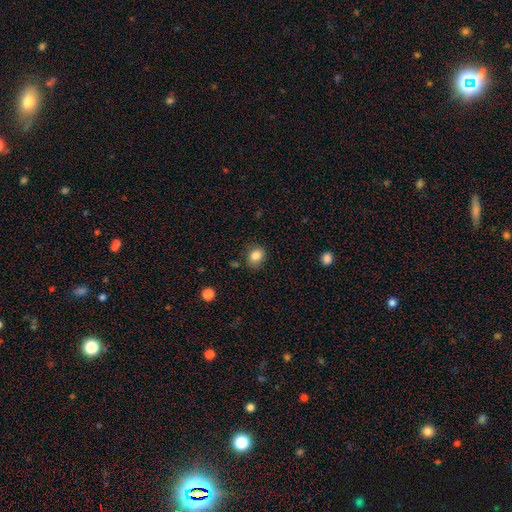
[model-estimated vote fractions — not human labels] The model was most divided on "how rounded": round: 58%, in between: 41%, cigar-shaped: 1%. More confident: smooth or featured — smooth (84%); merging — none (79%).